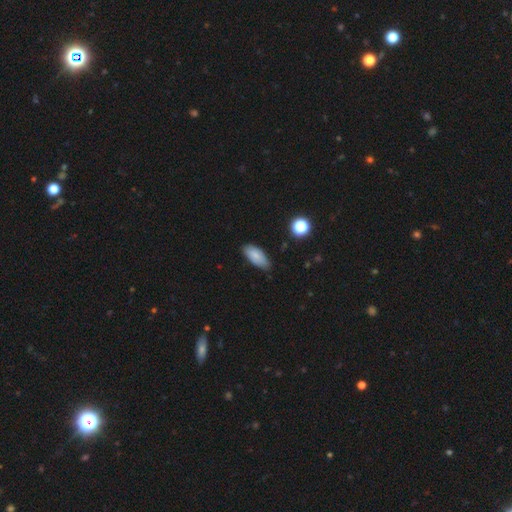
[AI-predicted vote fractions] A smooth galaxy with no disk features (80%) that is in between round and cigar-shaped (89%).

Vote fractions:
- Smooth or featured? smooth: 80% / featured or disk: 12% / star or artifact: 8%
- How rounded? in between: 89% / cigar-shaped: 9% / round: 3%
- Merging? none: 76% / minor disturbance: 20% / major disturbance: 3% / merger: 1%